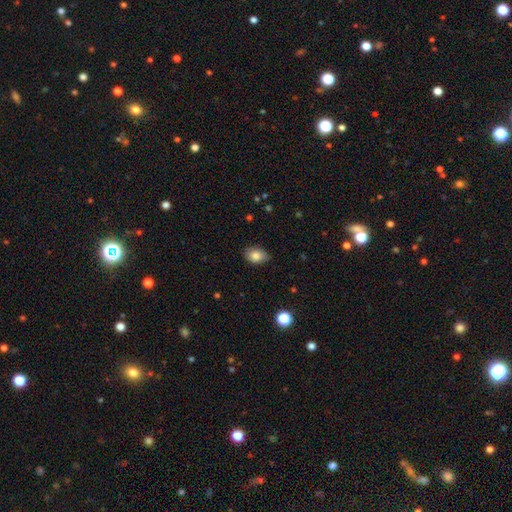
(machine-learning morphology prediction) smooth 84%, star or artifact 9%, featured or disk 7%. Down the decision tree: how rounded — in between (75%); merging — none (79%).